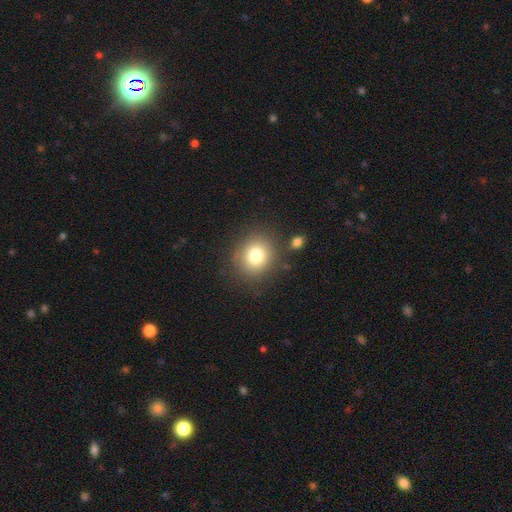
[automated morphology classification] This appears to be a smooth galaxy with no disk features (78%) that is round (77%). Merging: none (82%).